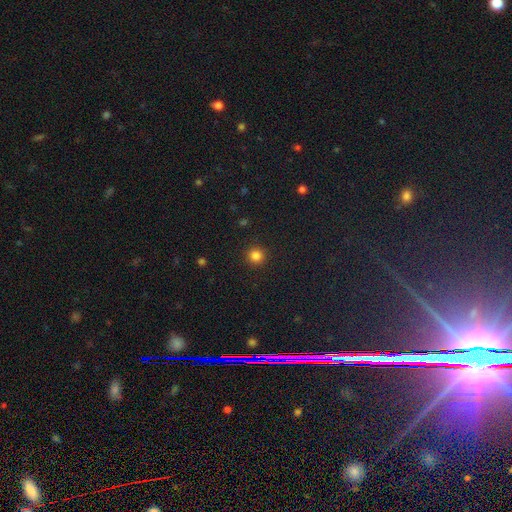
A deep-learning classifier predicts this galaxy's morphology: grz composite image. It shows a smooth galaxy with no disk features (83%) that is round (94%). Merging: none (92%).